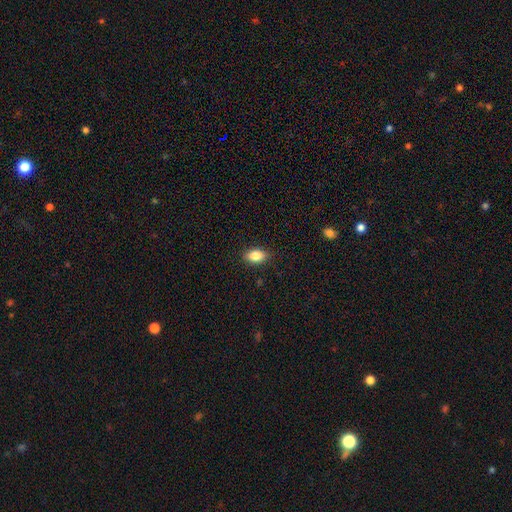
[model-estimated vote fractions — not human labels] A smooth galaxy with no disk features (85%) that is in between round and cigar-shaped (87%).

Vote fractions:
- Smooth or featured? smooth: 85% / star or artifact: 8% / featured or disk: 7%
- How rounded? in between: 87% / round: 10% / cigar-shaped: 3%
- Merging? none: 88% / minor disturbance: 9% / major disturbance: 2% / merger: 1%